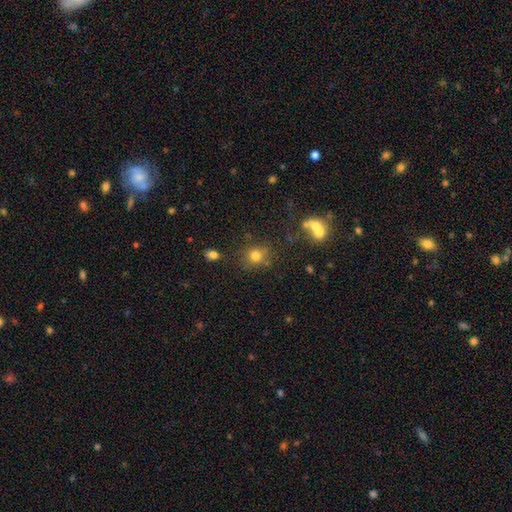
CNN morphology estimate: Smooth or featured: smooth — 76% (star or artifact — 15%)
How rounded: round — 82% (in between — 17%)
Merging: none — 73% (minor disturbance — 12%)